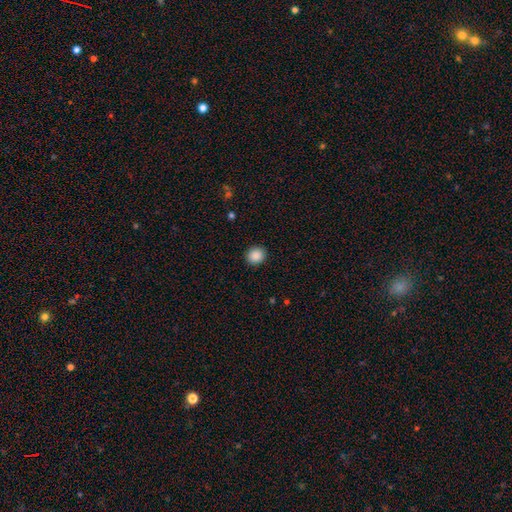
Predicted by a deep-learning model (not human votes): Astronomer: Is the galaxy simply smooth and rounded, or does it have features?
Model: smooth — 88%.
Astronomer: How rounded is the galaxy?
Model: round — 86%.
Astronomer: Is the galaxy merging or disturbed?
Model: none — 92%.